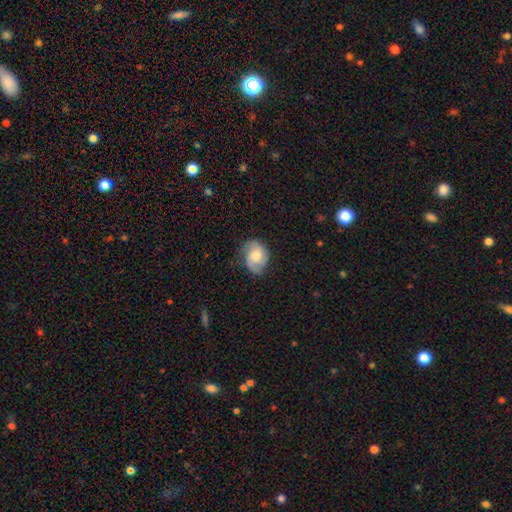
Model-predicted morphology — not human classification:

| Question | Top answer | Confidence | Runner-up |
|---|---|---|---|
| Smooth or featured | featured or disk | 65% | smooth (28%) |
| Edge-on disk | no | 97% | yes (3%) |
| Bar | no | 66% | weak (30%) |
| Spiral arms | yes | 94% | no (6%) |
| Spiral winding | medium | 47% | tight (31%) |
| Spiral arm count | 2 | 76% | can't tell (9%) |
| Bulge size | moderate | 48% | small (26%) |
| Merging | none | 70% | minor disturbance (21%) |